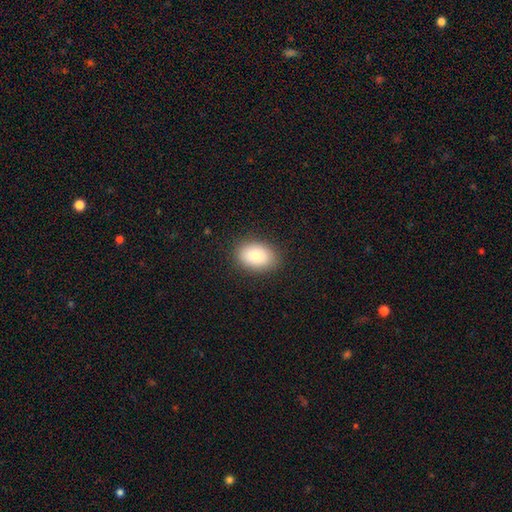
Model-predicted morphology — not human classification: This appears to be a smooth galaxy with no disk features (83%) that is in between round and cigar-shaped (80%). Merging: none (87%).